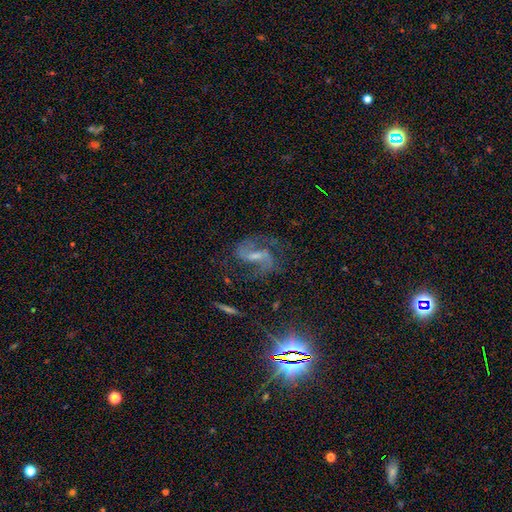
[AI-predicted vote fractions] smooth_or_featured: featured or disk (p=0.80) [alt: star or artifact p=0.14]
disk_edge_on: no (p=0.97) [alt: yes p=0.03]
bar: weak (p=0.42) [alt: strong p=0.39]
has_spiral_arms: yes (p=0.96) [alt: no p=0.04]
spiral_winding: medium (p=0.51) [alt: loose p=0.37]
spiral_arm_count: 2 (p=0.90) [alt: can't tell p=0.03]
bulge_size: small (p=0.49) [alt: moderate p=0.29]
merging: none (p=0.70) [alt: minor disturbance p=0.15]